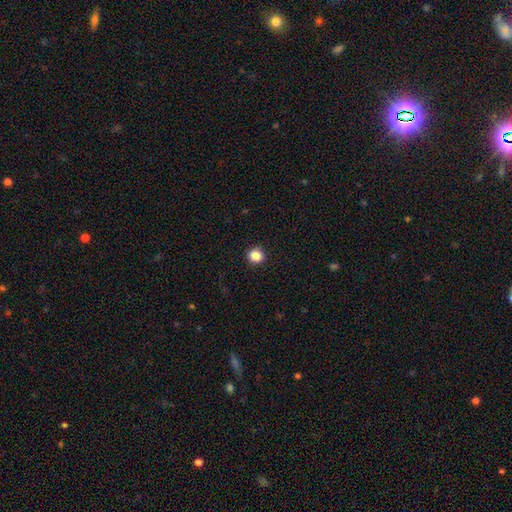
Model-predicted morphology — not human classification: Smooth or featured: smooth — 86% (star or artifact — 11%)
How rounded: round — 89% (in between — 10%)
Merging: none — 92% (minor disturbance — 5%)